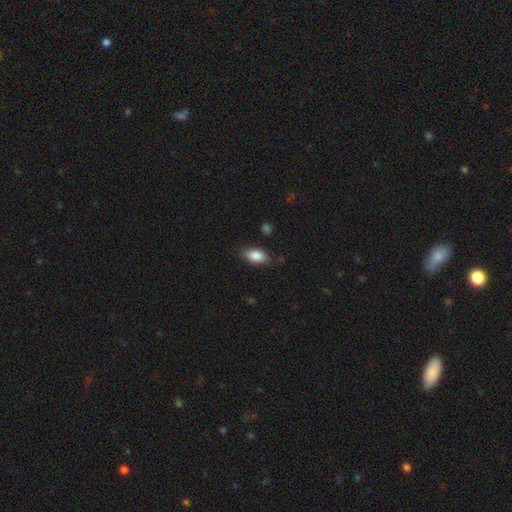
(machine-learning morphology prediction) A smooth galaxy with no disk features (85%) that is in between round and cigar-shaped (90%). Merging: none (81%).